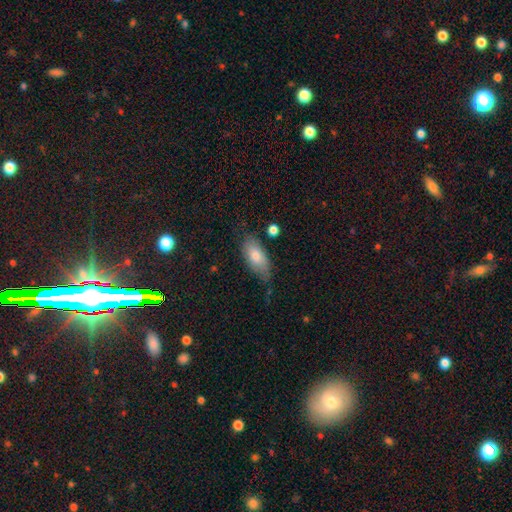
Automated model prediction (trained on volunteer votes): Smooth or featured? smooth (74%)
How rounded? in between (87%)
Merging? none (59%)